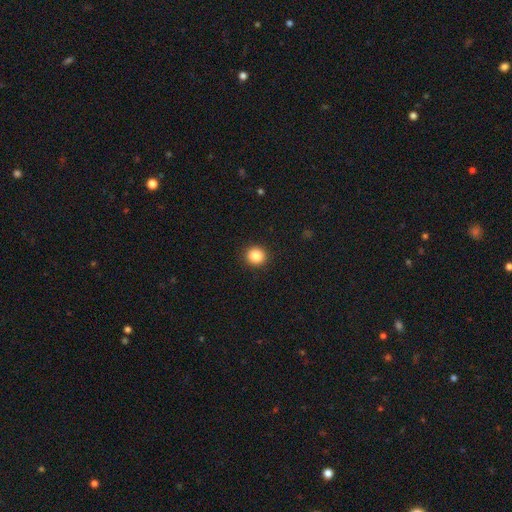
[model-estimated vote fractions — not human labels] smooth-or-featured: smooth: 87% | star or artifact: 9% | featured or disk: 4%
  how-rounded: round: 90% | in between: 9% | cigar-shaped: 1%
  merging: none: 92% | minor disturbance: 5% | major disturbance: 2% | merger: 1%